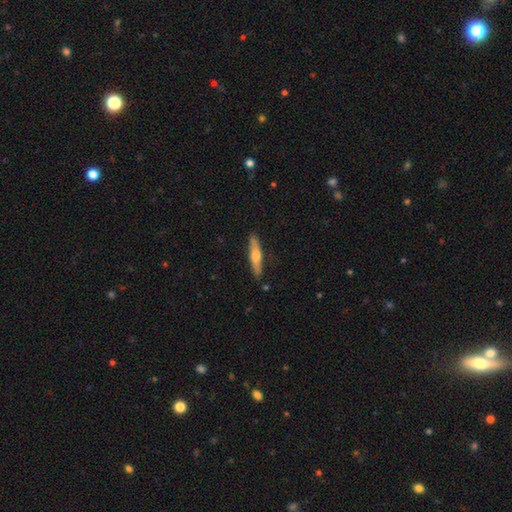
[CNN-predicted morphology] This is possibly a featured or disk galaxy (50%). Merging: clearly none (87%).